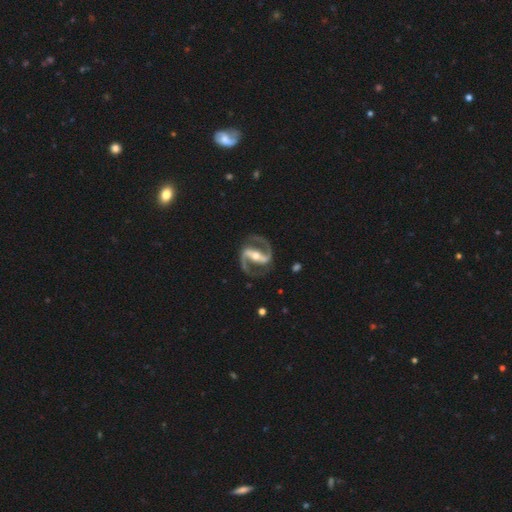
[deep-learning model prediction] This appears to be a featured or disk galaxy (94%) with a strong bar (78%), 2 (95%) medium (62%) spiral arms (98%) and a moderate central bulge (58%). Merging: none (85%).